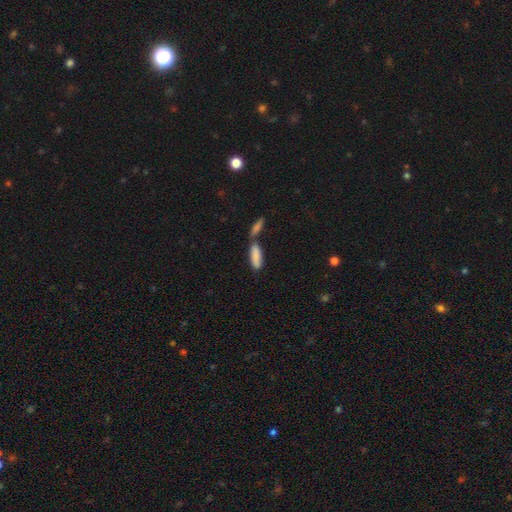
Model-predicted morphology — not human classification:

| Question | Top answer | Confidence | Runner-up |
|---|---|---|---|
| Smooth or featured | smooth | 83% | featured or disk (10%) |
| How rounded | in between | 52% | cigar-shaped (46%) |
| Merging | merger | 43% | none (42%) |